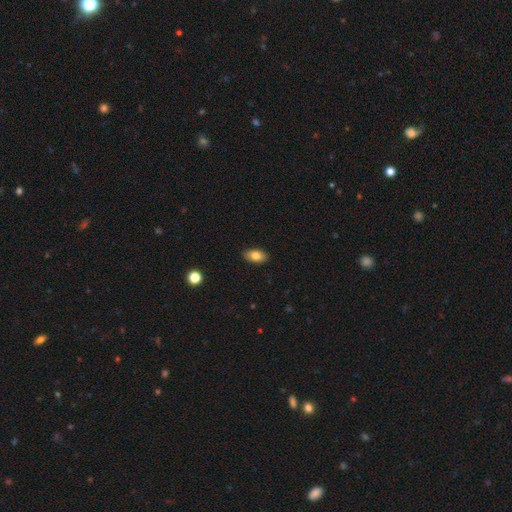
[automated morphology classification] type=smooth (81%); roundness=in between (92%); merging=none (89%).